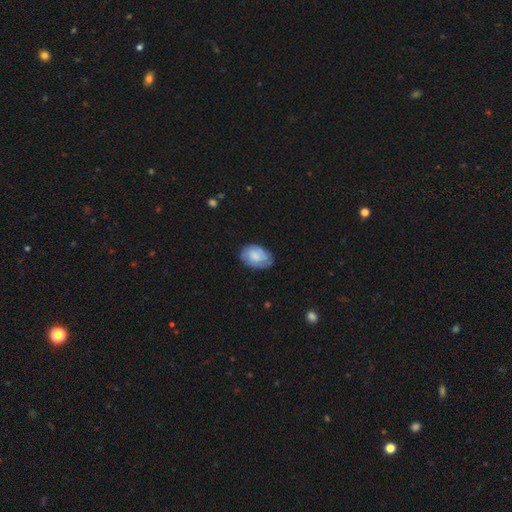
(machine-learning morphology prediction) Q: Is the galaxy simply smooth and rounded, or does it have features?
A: smooth — 57%.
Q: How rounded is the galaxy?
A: in between — 85%.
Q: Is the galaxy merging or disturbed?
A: none — 68%.